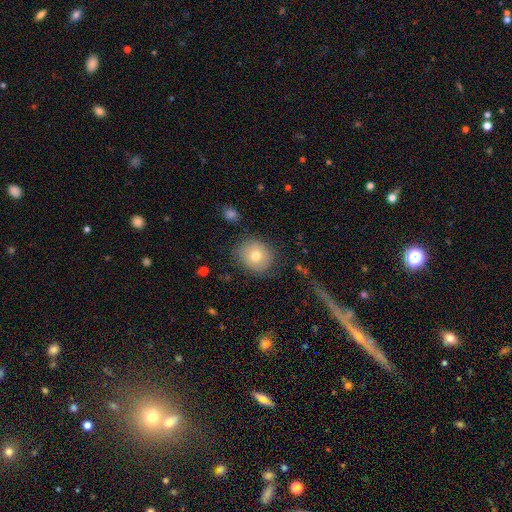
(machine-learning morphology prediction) type=smooth (73%); roundness=round (75%); merging=none (80%).